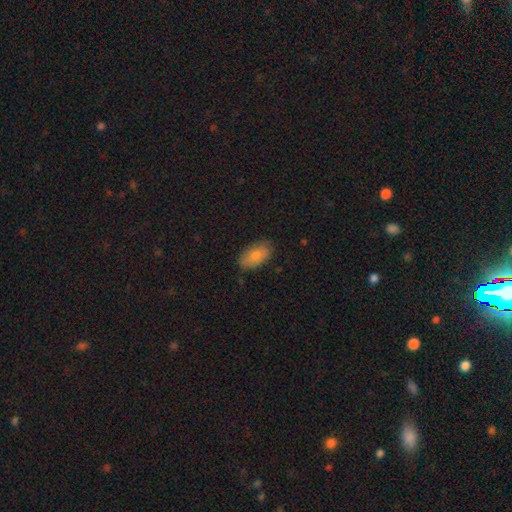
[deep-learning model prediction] This is clearly a smooth galaxy (81%). How rounded: clearly in between (93%). Merging: clearly none (83%).